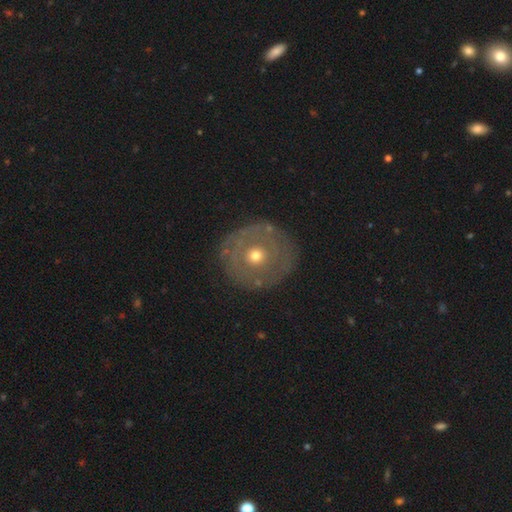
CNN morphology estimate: A featured or disk galaxy (55%) with no bar (91%), no spiral arms (75%) and a moderate central bulge (61%). Merging: none (80%).